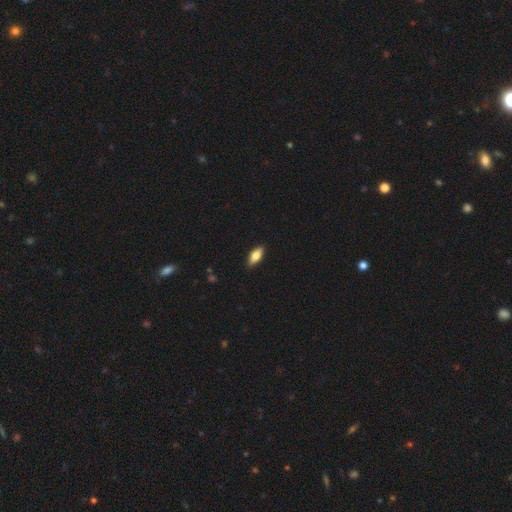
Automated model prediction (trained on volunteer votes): This appears to be a smooth galaxy with no disk features (73%) that is in between round and cigar-shaped (79%). Merging: none (88%).